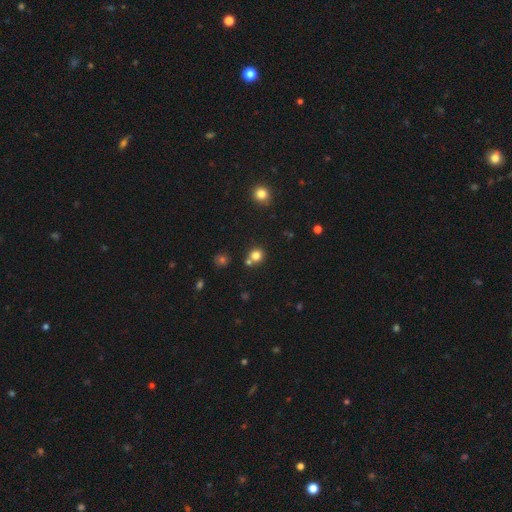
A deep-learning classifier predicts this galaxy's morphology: A smooth galaxy with no disk features (79%) that is round (90%).

Vote fractions:
- Smooth or featured? smooth: 79% / star or artifact: 15% / featured or disk: 6%
- How rounded? round: 90% / in between: 9% / cigar-shaped: 1%
- Merging? none: 69% / merger: 21% / minor disturbance: 8% / major disturbance: 3%